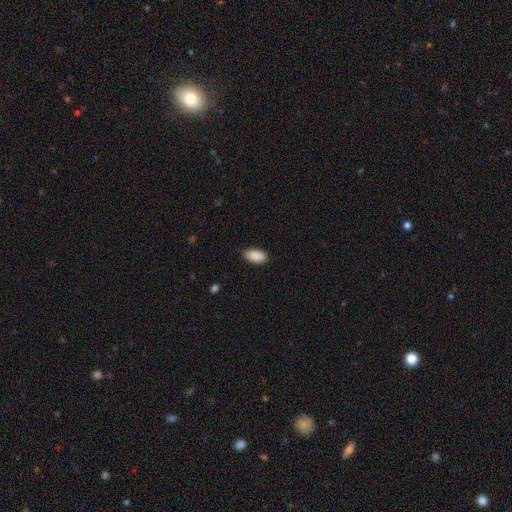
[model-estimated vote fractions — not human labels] The model was most divided on "merging": none: 86%, minor disturbance: 11%, major disturbance: 2%, merger: 1%. More confident: how rounded — in between (94%); smooth or featured — smooth (90%).